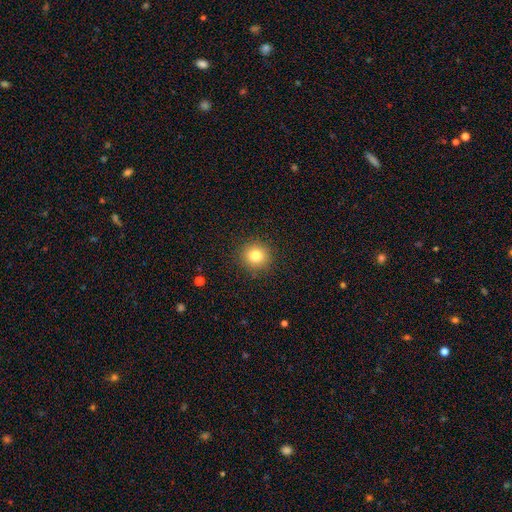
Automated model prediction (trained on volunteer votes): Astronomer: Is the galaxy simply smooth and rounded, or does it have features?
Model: smooth — 80%.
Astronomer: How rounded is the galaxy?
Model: round — 93%.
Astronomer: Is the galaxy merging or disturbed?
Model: none — 91%.